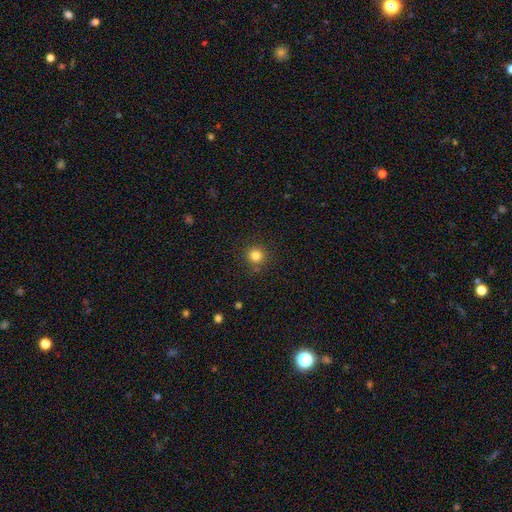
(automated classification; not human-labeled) smooth_or_featured: smooth (p=0.82) [alt: star or artifact p=0.13]
how_rounded: round (p=0.94) [alt: in between p=0.05]
merging: none (p=0.89) [alt: minor disturbance p=0.07]